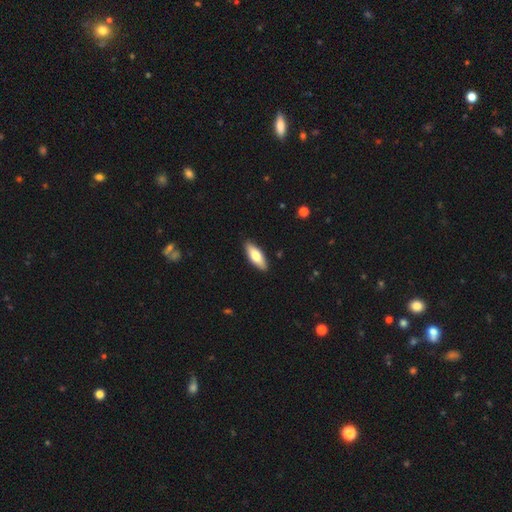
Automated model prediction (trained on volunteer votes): Smooth or featured?
  - smooth: 70% *
  - featured or disk: 25%
  - star or artifact: 5%
How rounded?
  - in between: 63% *
  - cigar-shaped: 35%
  - round: 2%
Merging?
  - none: 90% *
  - minor disturbance: 8%
  - major disturbance: 2%
  - merger: 1%